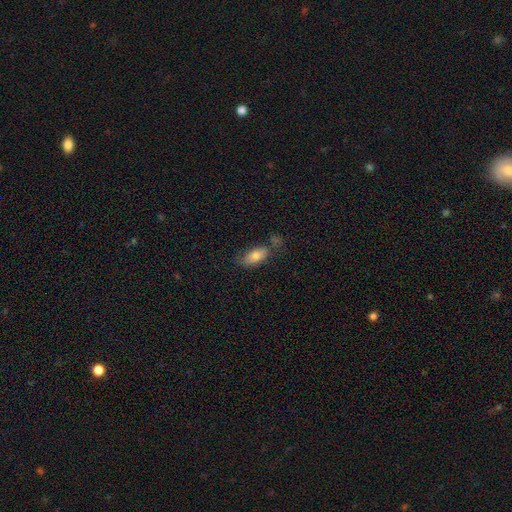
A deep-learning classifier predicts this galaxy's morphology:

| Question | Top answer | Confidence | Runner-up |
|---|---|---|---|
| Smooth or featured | smooth | 75% | featured or disk (17%) |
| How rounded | in between | 87% | cigar-shaped (10%) |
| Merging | none | 61% | minor disturbance (21%) |